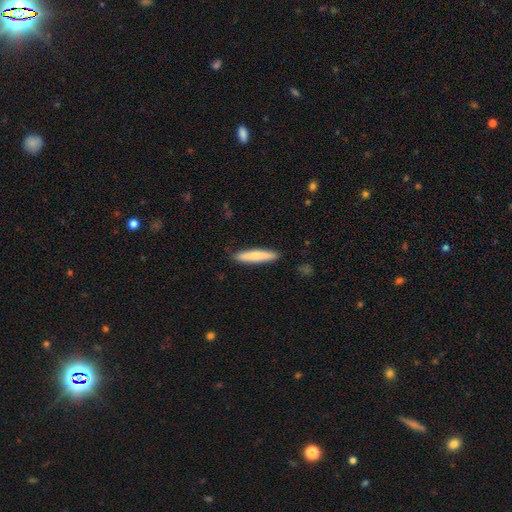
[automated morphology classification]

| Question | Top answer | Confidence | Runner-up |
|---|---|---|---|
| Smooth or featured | smooth | 75% | featured or disk (20%) |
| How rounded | cigar-shaped | 91% | in between (8%) |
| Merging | none | 90% | minor disturbance (8%) |